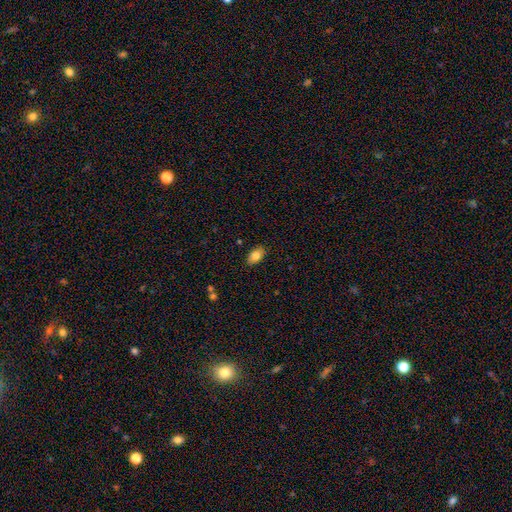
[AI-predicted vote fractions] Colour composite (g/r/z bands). It shows a smooth galaxy with no disk features (81%) that is in between round and cigar-shaped (91%). Merging: none (86%).